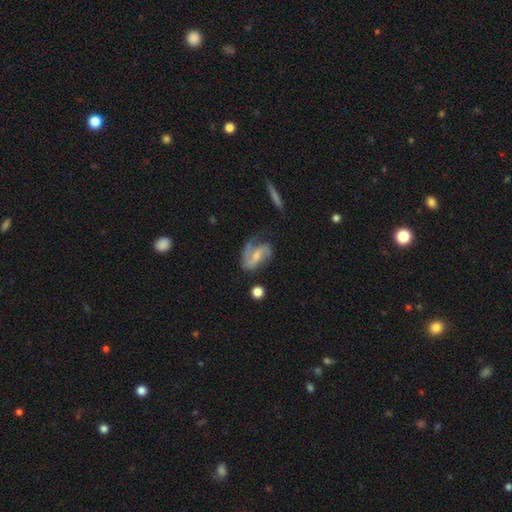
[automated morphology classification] Smooth or featured?
  - featured or disk: 79% *
  - smooth: 15%
  - star or artifact: 6%
Edge-on disk?
  - no: 97% *
  - yes: 3%
Bar?
  - weak: 44% *
  - no: 32%
  - strong: 24%
Spiral arms?
  - yes: 94% *
  - no: 6%
Spiral winding?
  - medium: 45% *
  - loose: 38%
  - tight: 17%
Spiral arm count?
  - 2: 74% *
  - 1: 14%
  - can't tell: 6%
  - 3: 3%
  - 4: 1%
  - more than 4: 1%
Bulge size?
  - small: 46% *
  - moderate: 34%
  - none: 16%
  - large: 4%
  - dominant: 1%
Merging?
  - none: 51% *
  - minor disturbance: 23%
  - major disturbance: 21%
  - merger: 5%